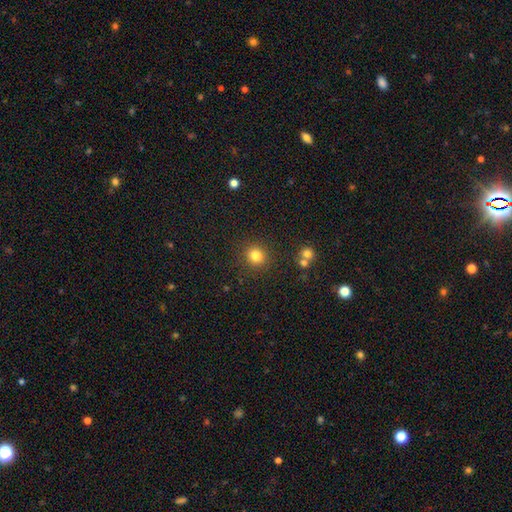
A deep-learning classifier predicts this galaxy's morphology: Q: Smooth or featured?
A: smooth (82%); runner-up: star or artifact (13%)
Q: How rounded?
A: round (90%); runner-up: in between (9%)
Q: Merging?
A: none (87%); runner-up: minor disturbance (7%)